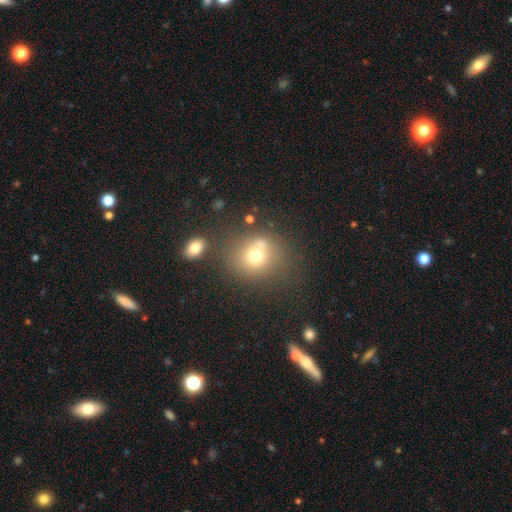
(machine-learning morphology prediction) This appears to be a smooth galaxy with no disk features (71%) that is round (77%). Merging: none (60%).